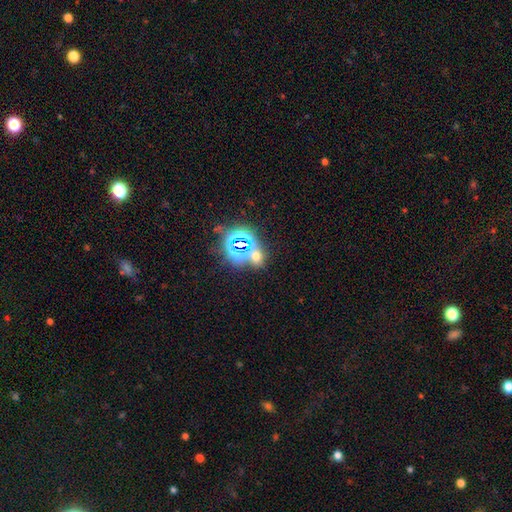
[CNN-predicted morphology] type=star or artifact (52%).